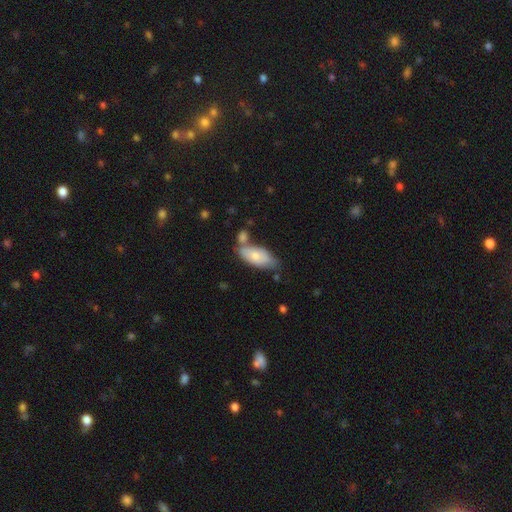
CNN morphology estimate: Smooth or featured: smooth — 70% (featured or disk — 25%)
How rounded: in between — 87% (cigar-shaped — 11%)
Merging: none — 48% (merger — 24%)